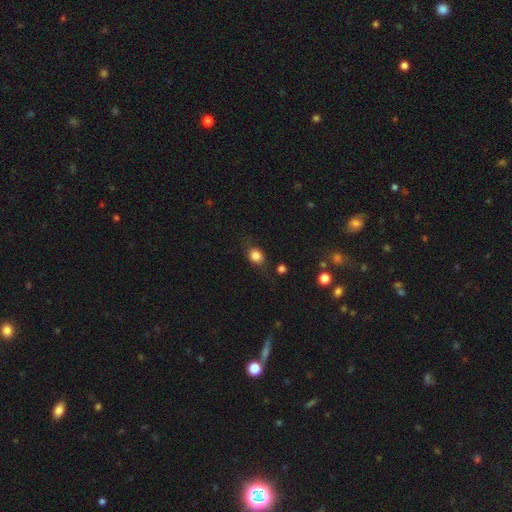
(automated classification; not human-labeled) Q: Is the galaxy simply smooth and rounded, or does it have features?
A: smooth — 79%.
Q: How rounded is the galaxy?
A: round — 57%.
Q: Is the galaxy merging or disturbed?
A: none — 69%.